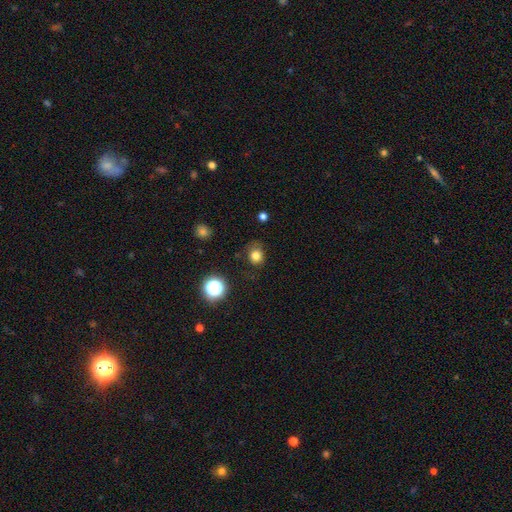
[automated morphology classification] Q: Smooth or featured?
A: smooth (79%); runner-up: star or artifact (15%)
Q: How rounded?
A: round (69%); runner-up: in between (30%)
Q: Merging?
A: none (73%); runner-up: minor disturbance (19%)